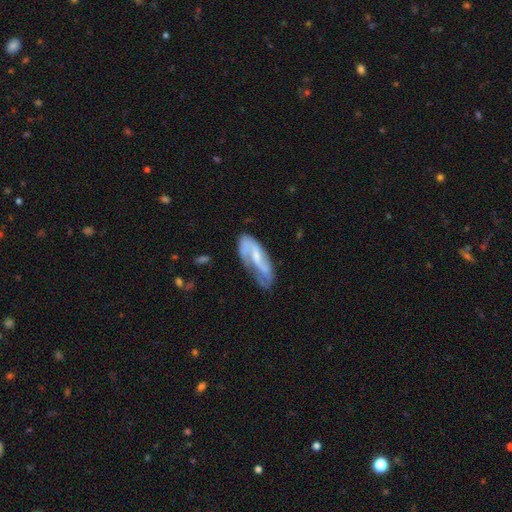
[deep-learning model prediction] Smooth or featured? featured or disk (68%)
Edge-on disk? no (90%)
Bar? weak (40%)
Spiral arms? yes (83%)
Spiral winding? medium (41%)
Spiral arm count? 2 (62%)
Bulge size? small (47%)
Merging? none (46%)